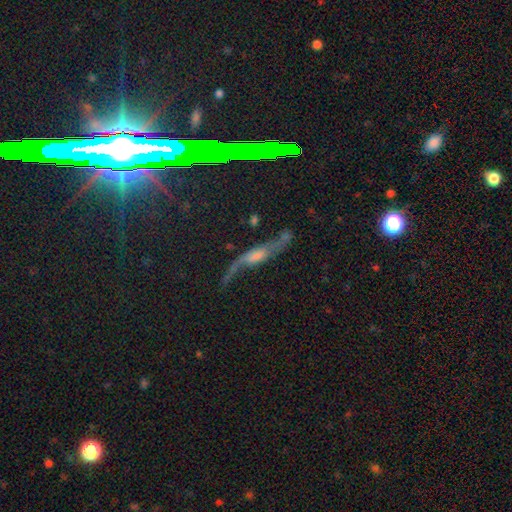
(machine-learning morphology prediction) smooth-or-featured: featured or disk: 73% | smooth: 14% | star or artifact: 13%
  disk-edge-on: no: 62% | yes: 38%
  merging: none: 57% | minor disturbance: 21% | major disturbance: 17% | merger: 5%